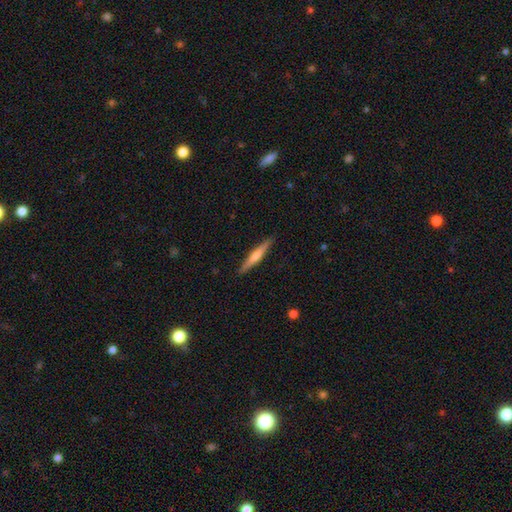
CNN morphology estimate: The model was most divided on "smooth or featured": featured or disk: 53%, smooth: 41%, star or artifact: 5%. More confident: edge-on disk — yes (97%); merging — none (91%); edge-on bulge — rounded (70%).